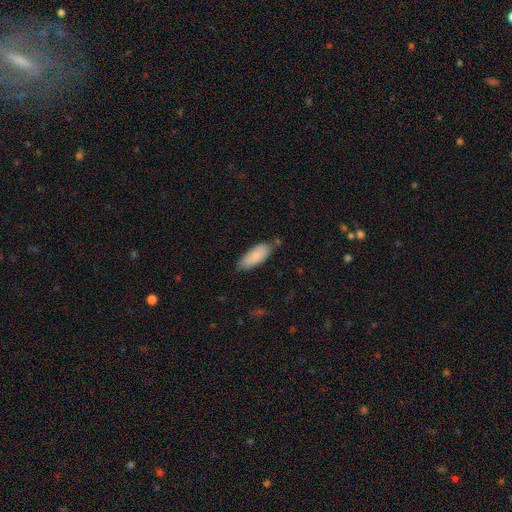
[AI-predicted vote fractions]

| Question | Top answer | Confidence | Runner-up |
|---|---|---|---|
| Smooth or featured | smooth | 84% | featured or disk (10%) |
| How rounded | in between | 79% | cigar-shaped (20%) |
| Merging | none | 71% | minor disturbance (21%) |